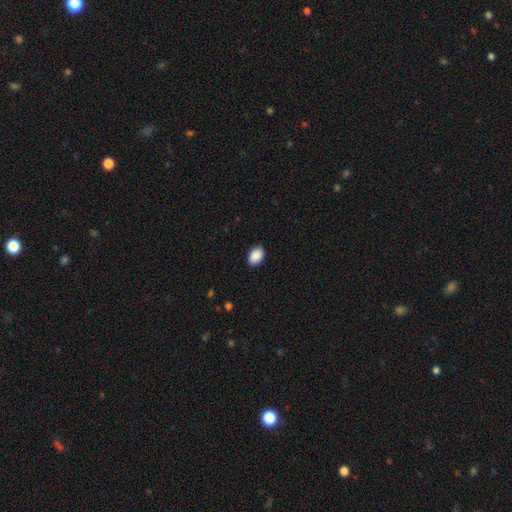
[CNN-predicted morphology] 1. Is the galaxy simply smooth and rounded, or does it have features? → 91% smooth, 7% star or artifact, 2% featured or disk.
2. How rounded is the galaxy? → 83% in between, 16% round, 1% cigar-shaped.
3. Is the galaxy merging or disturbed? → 89% none, 8% minor disturbance, 2% major disturbance, 1% merger.